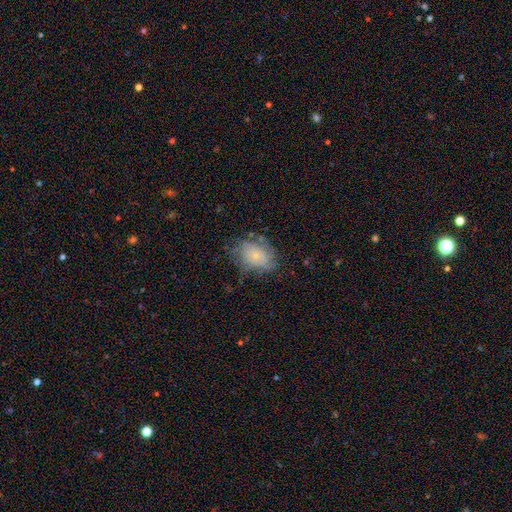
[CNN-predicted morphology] A smooth galaxy with no disk features (47%). Merging: none (58%).